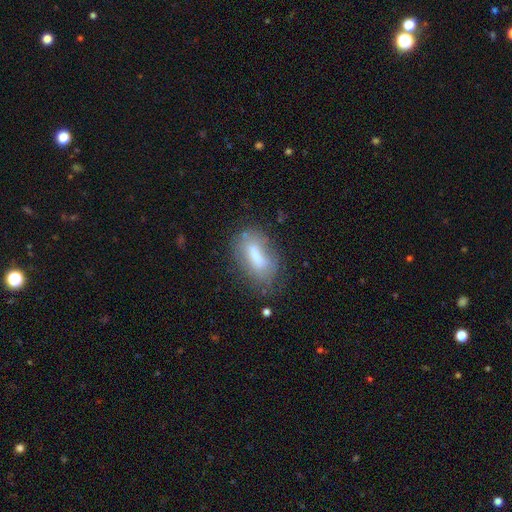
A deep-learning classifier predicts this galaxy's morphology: A smooth galaxy with no disk features (63%) that is in between round and cigar-shaped (74%).

Vote fractions:
- Smooth or featured? smooth: 63% / featured or disk: 27% / star or artifact: 10%
- How rounded? in between: 74% / cigar-shaped: 22% / round: 4%
- Merging? none: 62% / minor disturbance: 23% / major disturbance: 10% / merger: 5%